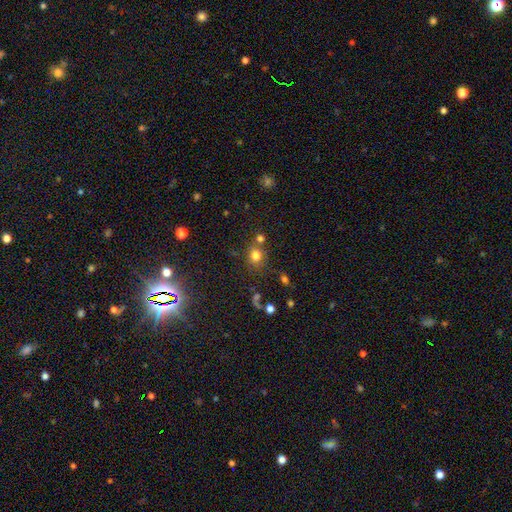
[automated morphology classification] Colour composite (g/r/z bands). It shows a smooth galaxy with no disk features (76%) that is round (75%). Merging: none (67%).